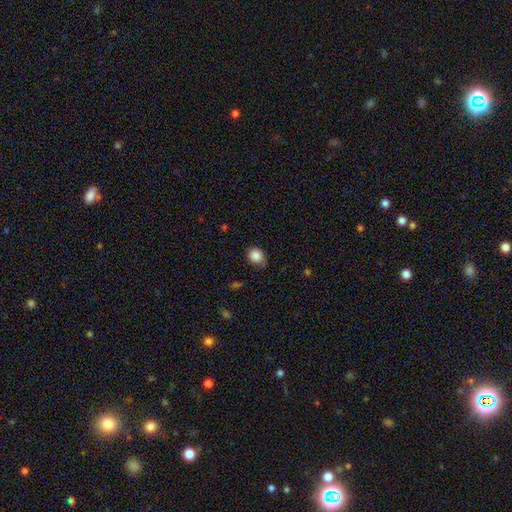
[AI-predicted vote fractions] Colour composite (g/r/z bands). It shows a smooth galaxy with no disk features (86%) that is round (69%). Merging: none (76%).